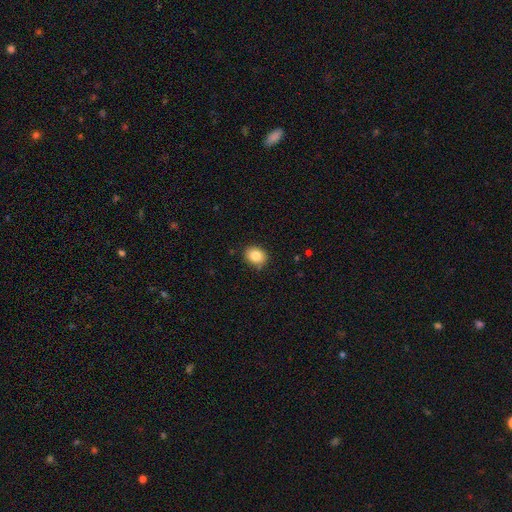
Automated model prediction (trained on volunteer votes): Smooth or featured? smooth (83%)
How rounded? round (57%)
Merging? none (84%)